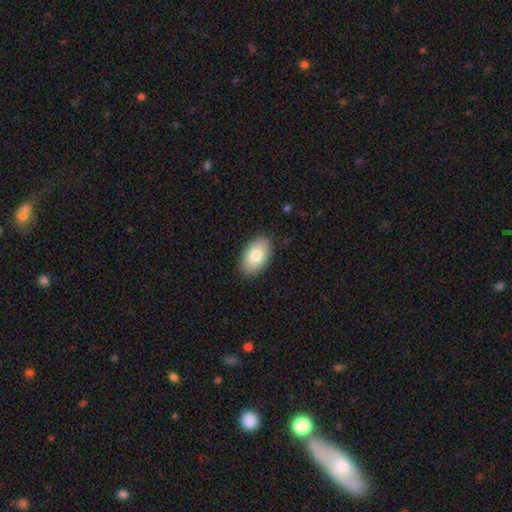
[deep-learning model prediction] smooth 81%, featured or disk 13%, star or artifact 7%. Down the decision tree: how rounded — in between (93%); merging — none (88%).